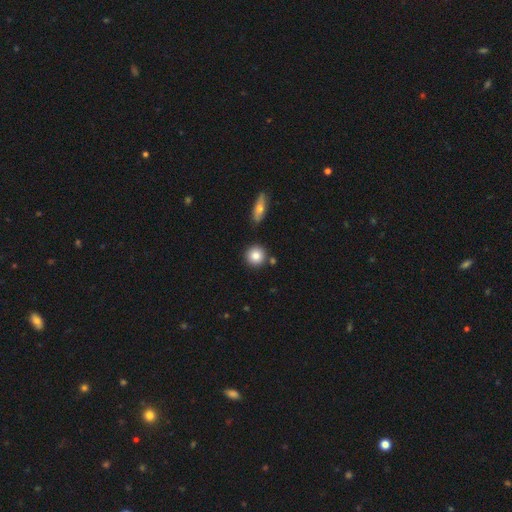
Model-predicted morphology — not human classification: smooth 83%, featured or disk 9%, star or artifact 8%. Down the decision tree: how rounded — round (91%); merging — none (83%).